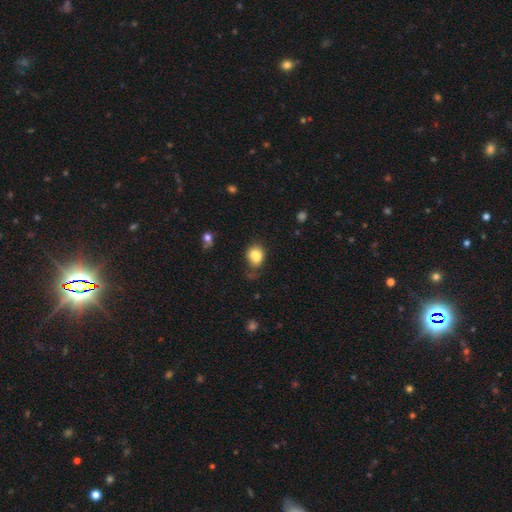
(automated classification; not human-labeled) Smooth or featured? Predicted: smooth (p=0.81). How rounded? Predicted: round (p=0.50). Merging? Predicted: none (p=0.48).